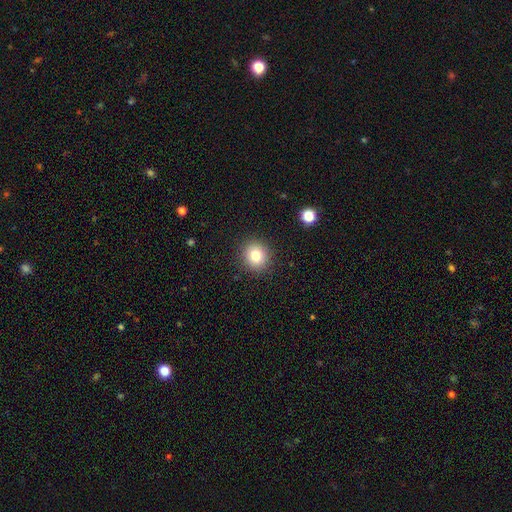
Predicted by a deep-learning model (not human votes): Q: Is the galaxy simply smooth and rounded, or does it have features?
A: smooth — 80%.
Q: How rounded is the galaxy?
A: round — 86%.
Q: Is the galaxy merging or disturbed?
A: none — 90%.